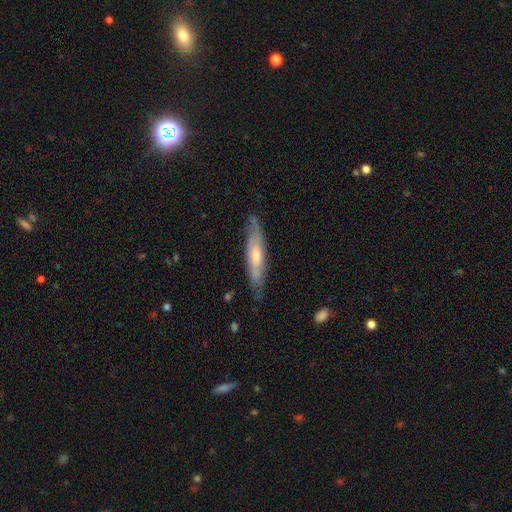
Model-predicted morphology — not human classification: Overall: featured or disk (55%; smooth 39%). Edge-on disk: yes (58%; no 42%). Merging: none (74%).